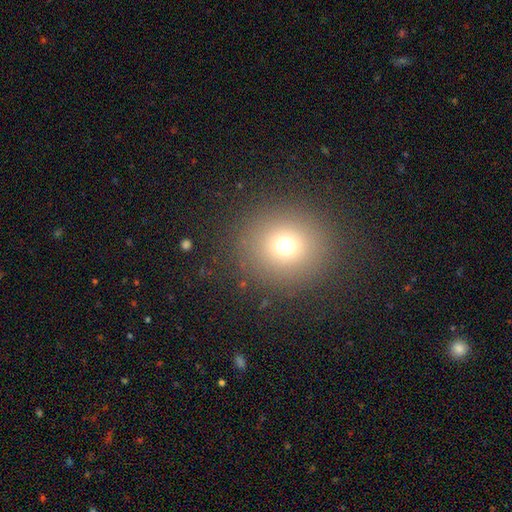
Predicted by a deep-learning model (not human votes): A smooth galaxy with no disk features (69%) that is round (83%). Merging: none (91%).